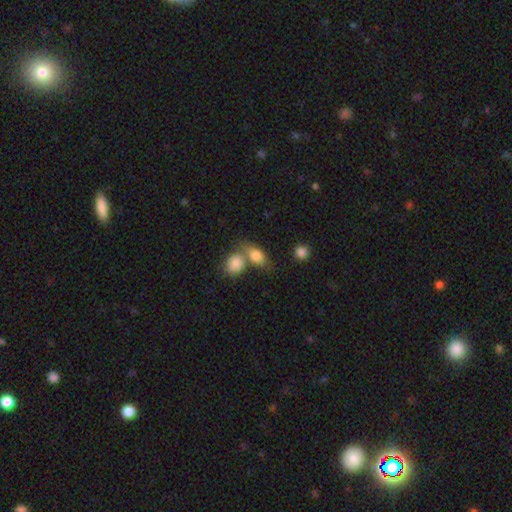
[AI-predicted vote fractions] Morphology: type=smooth (81%); roundness=in between (77%); merging=merger (49%).